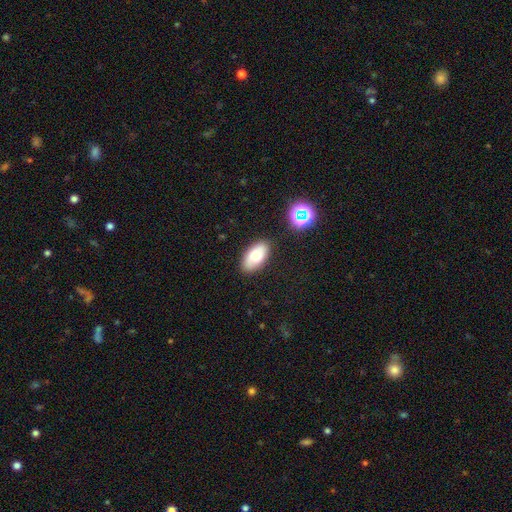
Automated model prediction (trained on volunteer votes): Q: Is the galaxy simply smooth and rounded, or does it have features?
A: smooth — 74%.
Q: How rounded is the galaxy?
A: in between — 94%.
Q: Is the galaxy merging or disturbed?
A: none — 84%.